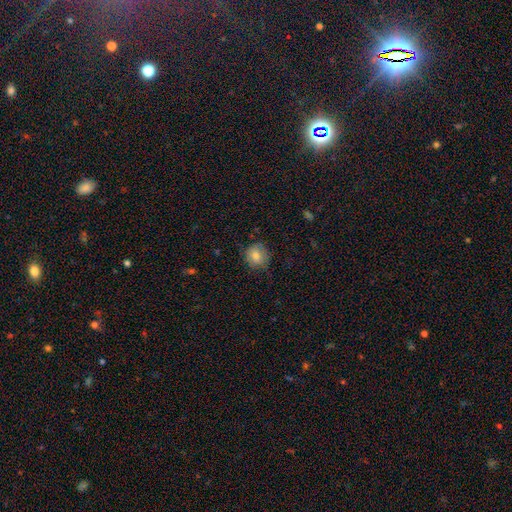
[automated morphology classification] The model was most divided on "merging": none: 74%, minor disturbance: 20%, major disturbance: 4%, merger: 1%. More confident: how rounded — round (85%); smooth or featured — smooth (79%).